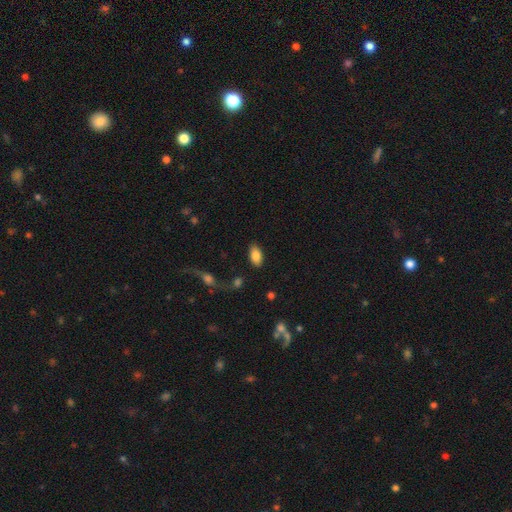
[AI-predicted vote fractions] A smooth galaxy with no disk features (84%) that is in between round and cigar-shaped (93%).

Vote fractions:
- Smooth or featured? smooth: 84% / featured or disk: 8% / star or artifact: 7%
- How rounded? in between: 93% / round: 4% / cigar-shaped: 3%
- Merging? none: 85% / minor disturbance: 10% / major disturbance: 3% / merger: 2%